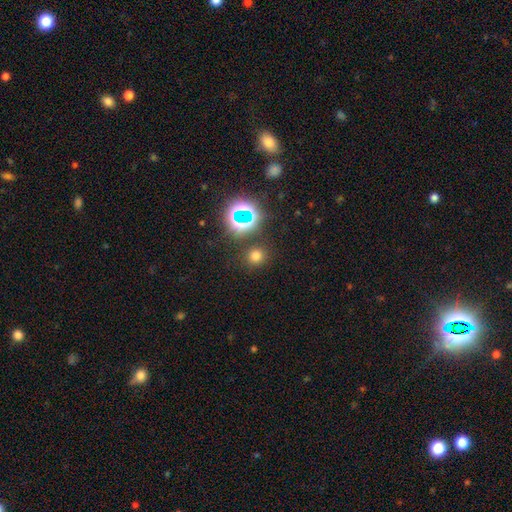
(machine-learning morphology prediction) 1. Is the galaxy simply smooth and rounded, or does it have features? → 68% smooth, 25% star or artifact, 7% featured or disk.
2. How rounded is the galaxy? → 89% round, 10% in between, 1% cigar-shaped.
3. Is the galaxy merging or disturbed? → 86% none, 7% minor disturbance, 4% merger, 3% major disturbance.